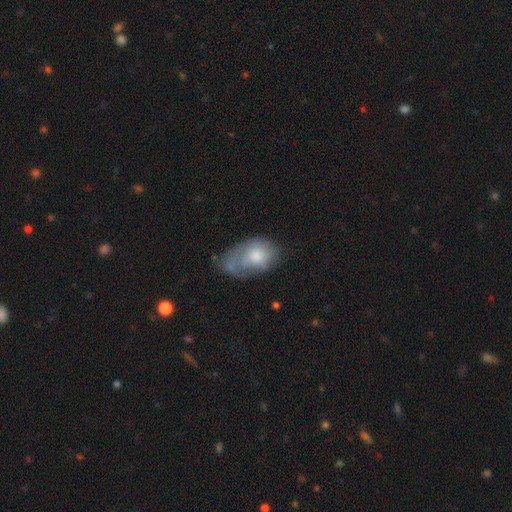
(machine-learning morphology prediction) Overall: smooth (60%; featured or disk 33%). How rounded: in between (88%). Merging: minor disturbance (35%; none 32%).